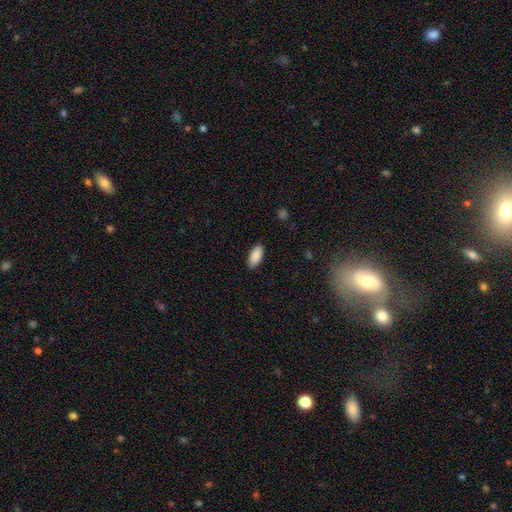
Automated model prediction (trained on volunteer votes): Morphology: type=smooth (90%); roundness=in between (87%); merging=none (89%).